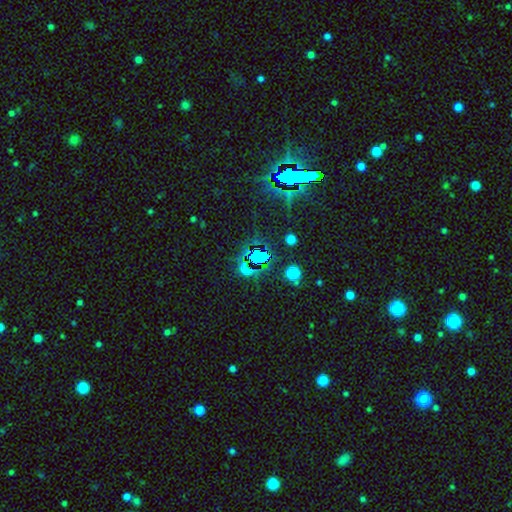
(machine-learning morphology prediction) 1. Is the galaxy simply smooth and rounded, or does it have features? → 71% star or artifact, 19% smooth, 10% featured or disk.